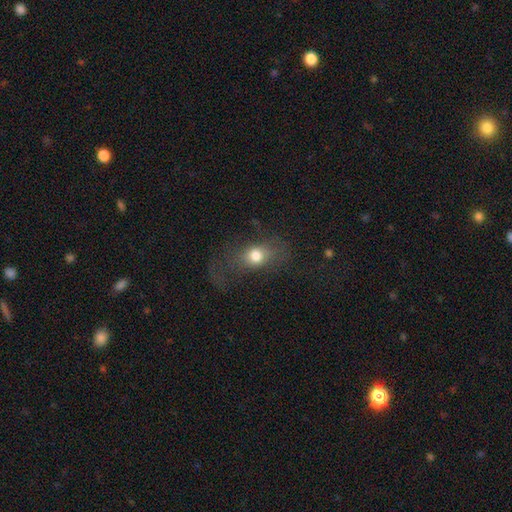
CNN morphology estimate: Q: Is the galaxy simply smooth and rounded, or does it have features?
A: smooth — 70%.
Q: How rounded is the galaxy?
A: in between — 60%.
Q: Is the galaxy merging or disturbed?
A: none — 46%.